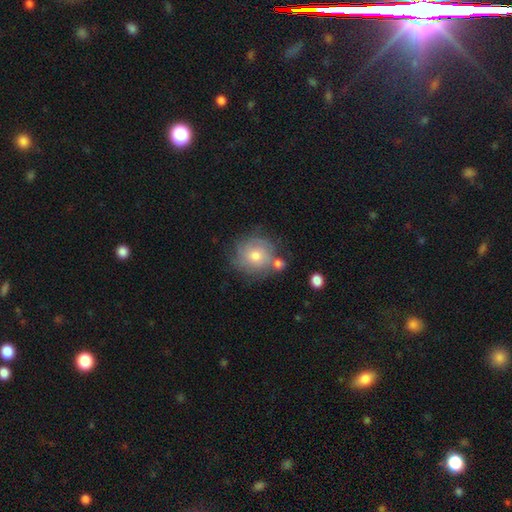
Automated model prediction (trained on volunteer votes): Q: Smooth or featured?
A: smooth (50%); runner-up: featured or disk (40%)
Q: How rounded?
A: round (88%); runner-up: in between (11%)
Q: Merging?
A: none (64%); runner-up: minor disturbance (18%)